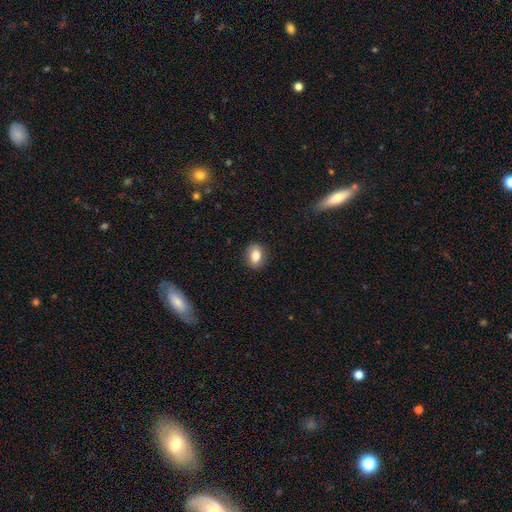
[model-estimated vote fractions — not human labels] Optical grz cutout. It shows a smooth galaxy with no disk features (80%) that is in between round and cigar-shaped (63%). Merging: none (88%).